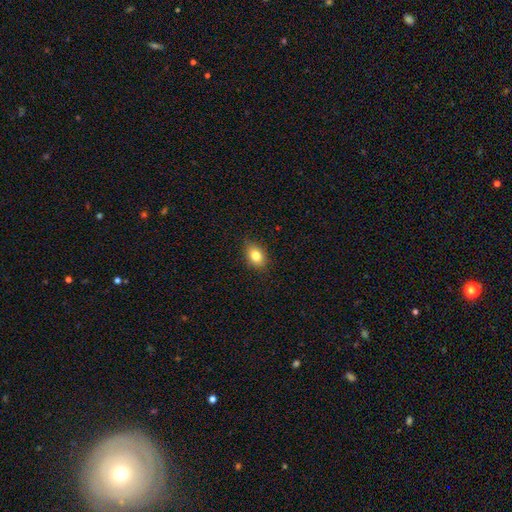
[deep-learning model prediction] Smooth or featured?
  - smooth: 81% *
  - featured or disk: 10%
  - star or artifact: 9%
How rounded?
  - in between: 77% *
  - round: 22%
  - cigar-shaped: 2%
Merging?
  - none: 87% *
  - minor disturbance: 10%
  - major disturbance: 2%
  - merger: 1%